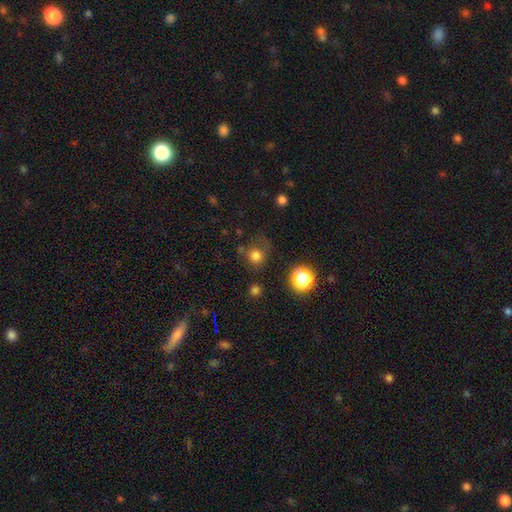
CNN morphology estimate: Smooth or featured? Predicted: smooth (p=0.75). How rounded? Predicted: round (p=0.87). Merging? Predicted: none (p=0.64).